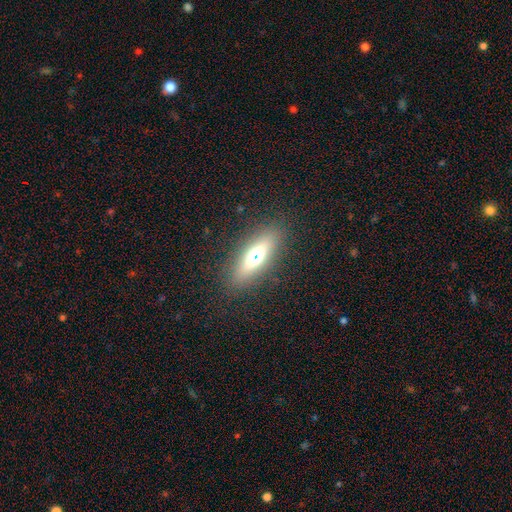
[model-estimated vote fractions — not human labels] smooth-or-featured: smooth: 50% | featured or disk: 38% | star or artifact: 12%
  how-rounded: cigar-shaped: 48% | in between: 47% | round: 5%
  merging: none: 86% | minor disturbance: 8% | major disturbance: 3% | merger: 2%